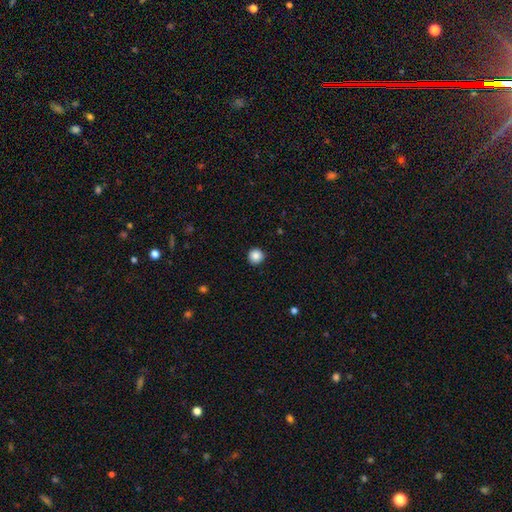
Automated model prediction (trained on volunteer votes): Smooth or featured? Predicted: smooth (p=0.86). How rounded? Predicted: round (p=0.96). Merging? Predicted: none (p=0.93).